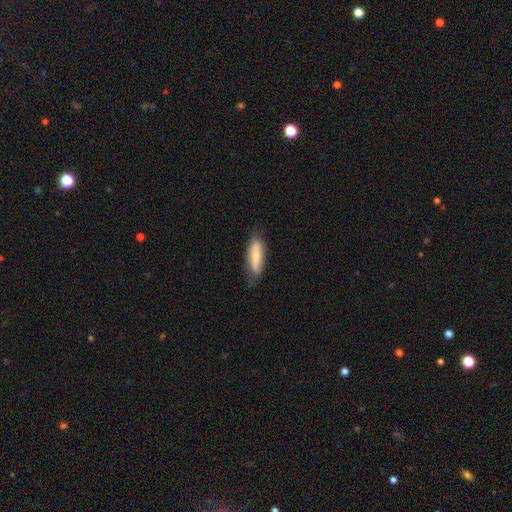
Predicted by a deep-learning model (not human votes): Smooth or featured? smooth (68%)
How rounded? cigar-shaped (51%)
Merging? none (72%)